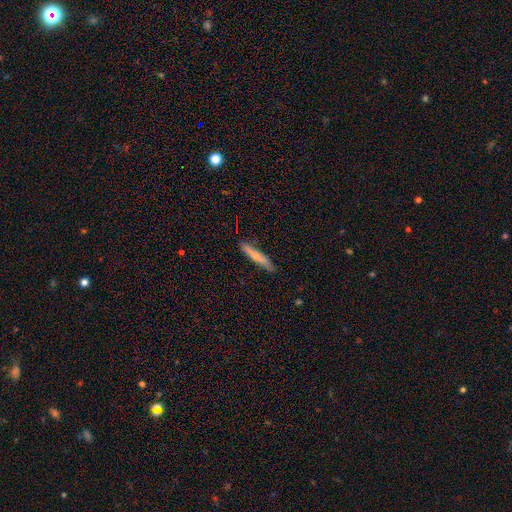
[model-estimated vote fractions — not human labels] Overall: smooth (47%; featured or disk 46%). Merging: none (85%).